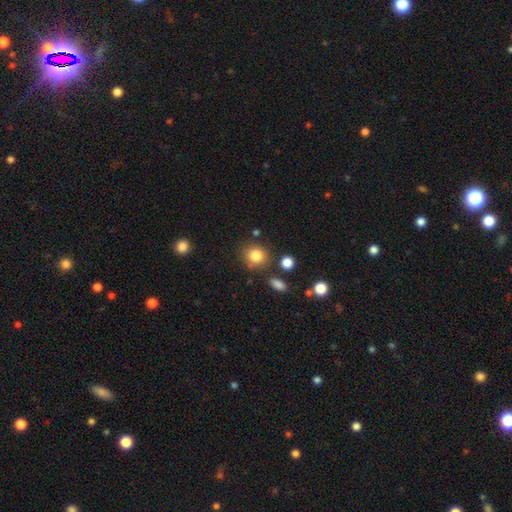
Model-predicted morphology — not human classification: smooth_or_featured: smooth (p=0.82) [alt: star or artifact p=0.11]
how_rounded: round (p=0.81) [alt: in between p=0.18]
merging: none (p=0.79) [alt: minor disturbance p=0.11]